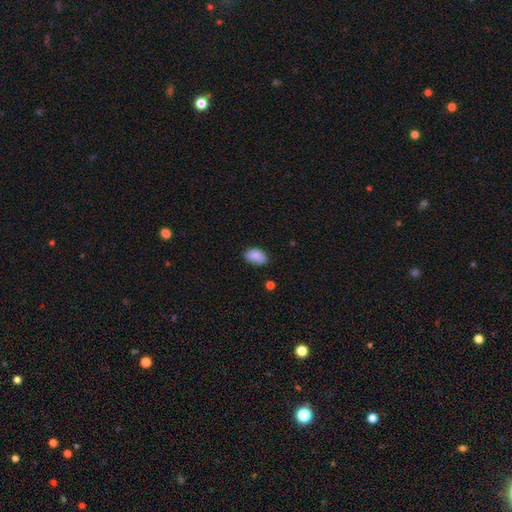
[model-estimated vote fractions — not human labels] Q: Smooth or featured?
A: smooth (86%); runner-up: star or artifact (8%)
Q: How rounded?
A: in between (90%); runner-up: round (8%)
Q: Merging?
A: none (69%); runner-up: minor disturbance (25%)